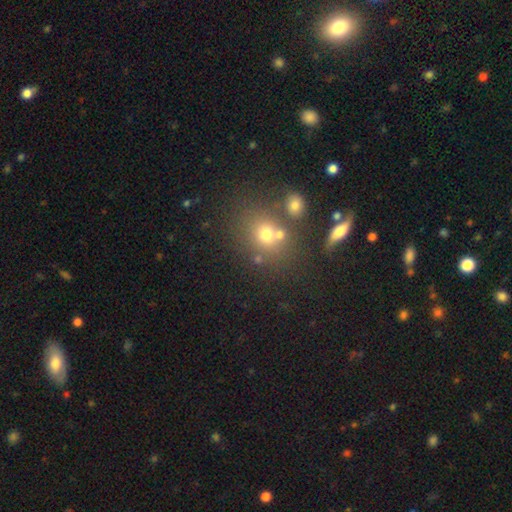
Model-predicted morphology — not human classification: A smooth galaxy with no disk features (56%) that is round (71%).

Vote fractions:
- Smooth or featured? smooth: 56% / star or artifact: 30% / featured or disk: 14%
- How rounded? round: 71% / in between: 27% / cigar-shaped: 1%
- Merging? none: 62% / merger: 24% / minor disturbance: 10% / major disturbance: 4%